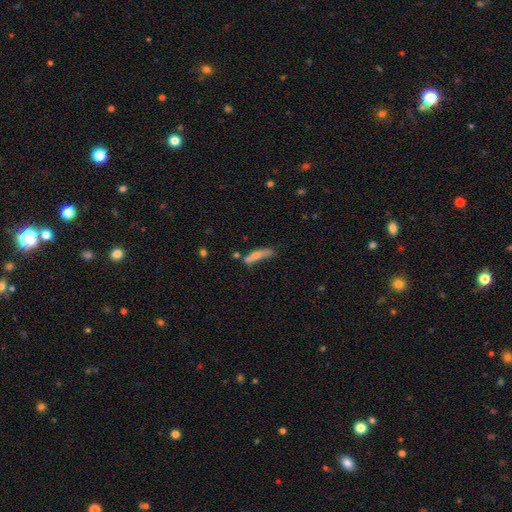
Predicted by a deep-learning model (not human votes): This is likely a smooth galaxy (60%). How rounded: likely cigar-shaped (75%). Merging: marginally none (43%).